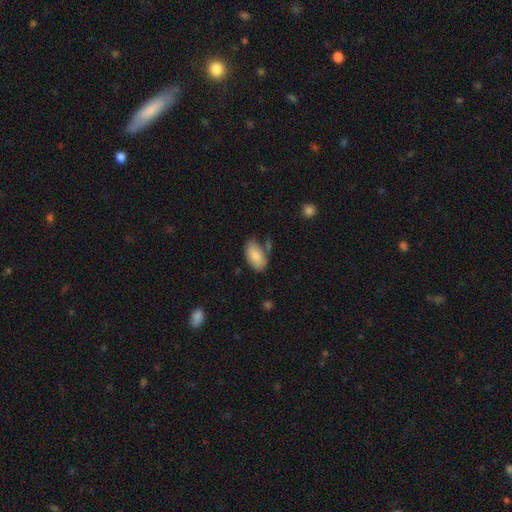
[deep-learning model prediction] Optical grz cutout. It shows a smooth galaxy with no disk features (84%) that is in between round and cigar-shaped (94%). Merging: none (70%).